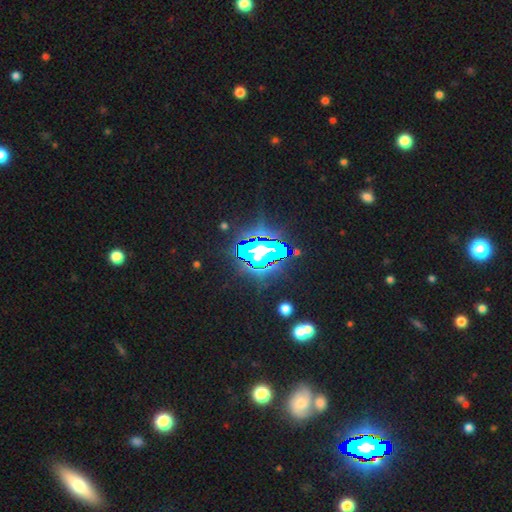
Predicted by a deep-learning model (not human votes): This appears to be a star or artifact, not a galaxy (65%).